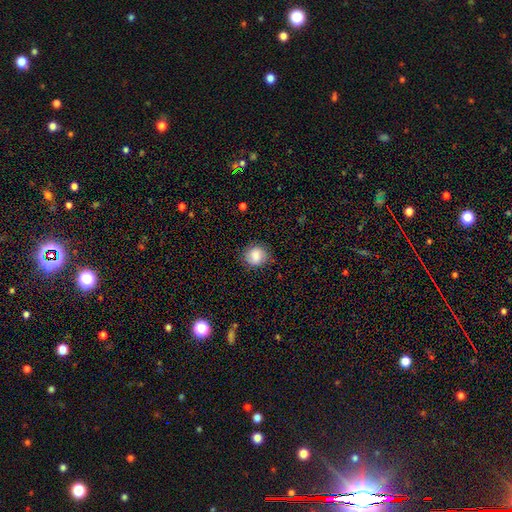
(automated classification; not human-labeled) Smooth or featured?
  - smooth: 79% *
  - featured or disk: 13%
  - star or artifact: 9%
How rounded?
  - round: 82% *
  - in between: 17%
  - cigar-shaped: 1%
Merging?
  - none: 81% *
  - minor disturbance: 14%
  - major disturbance: 4%
  - merger: 1%